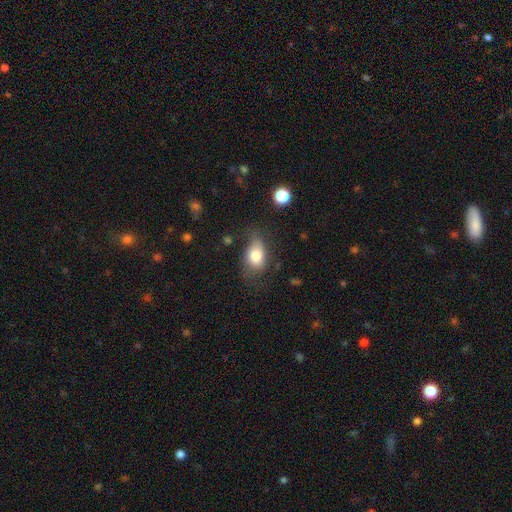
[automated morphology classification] smooth-or-featured: smooth: 79% | featured or disk: 12% | star or artifact: 9%
  how-rounded: in between: 83% | round: 16% | cigar-shaped: 2%
  merging: none: 56% | minor disturbance: 29% | major disturbance: 13% | merger: 3%